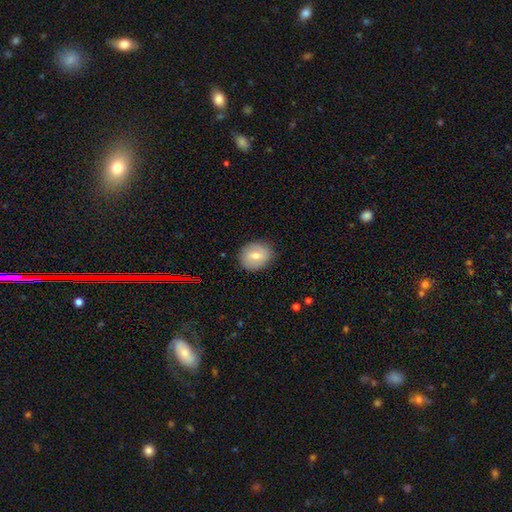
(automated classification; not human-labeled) Smooth or featured? smooth (61%)
How rounded? round (62%)
Merging? none (86%)